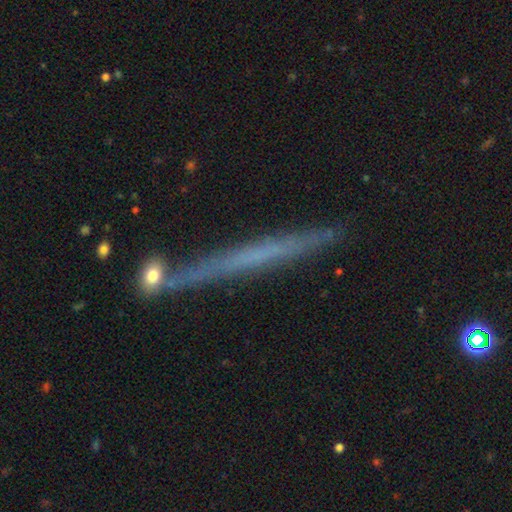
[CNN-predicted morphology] This is possibly a featured or disk galaxy (50%). It is clearly viewed edge-on (93%). Merging: likely none (77%).